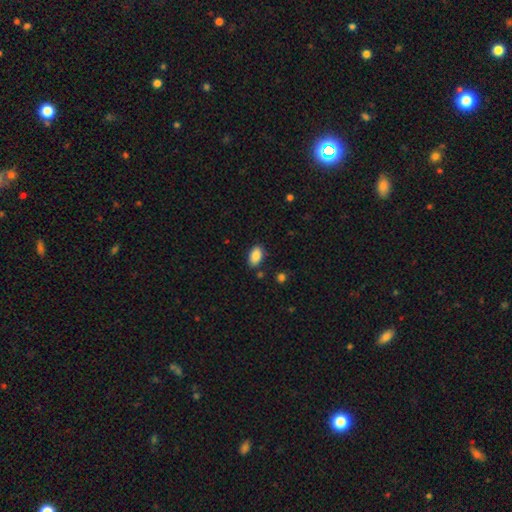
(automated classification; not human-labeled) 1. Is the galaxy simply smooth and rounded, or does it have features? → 89% smooth, 7% star or artifact, 4% featured or disk.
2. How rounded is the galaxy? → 93% in between, 5% round, 2% cigar-shaped.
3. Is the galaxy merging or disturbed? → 83% none, 12% minor disturbance, 3% major disturbance, 2% merger.